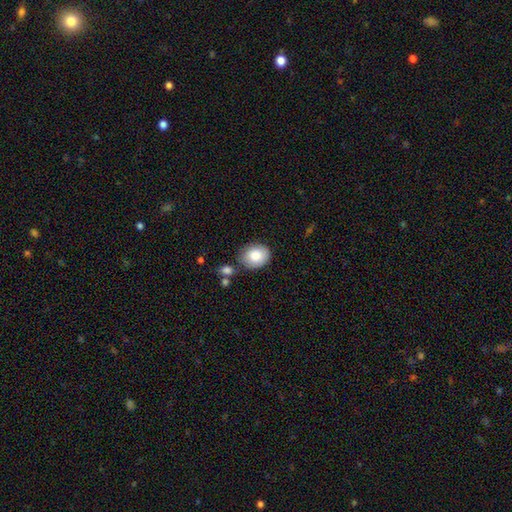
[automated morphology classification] This appears to be a smooth galaxy with no disk features (84%) that is round (52%). Merging: none (70%).